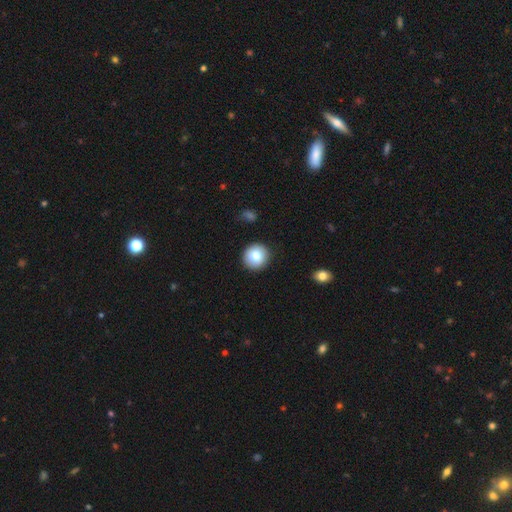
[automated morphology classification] This appears to be a smooth galaxy with no disk features (80%) that is round (93%). Merging: none (91%).